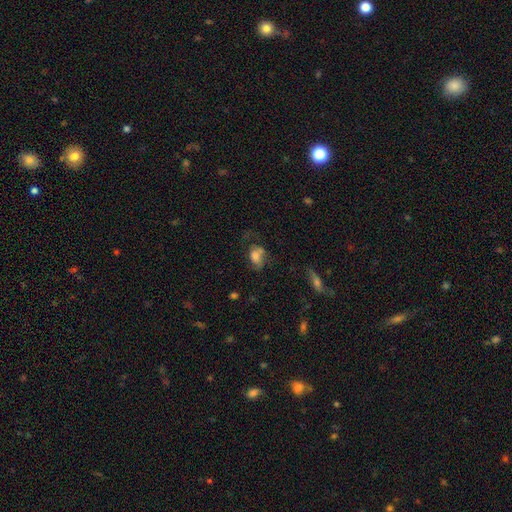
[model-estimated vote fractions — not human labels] Q: Smooth or featured?
A: smooth (62%); runner-up: featured or disk (27%)
Q: How rounded?
A: in between (77%); runner-up: round (21%)
Q: Merging?
A: none (35%); runner-up: major disturbance (28%)